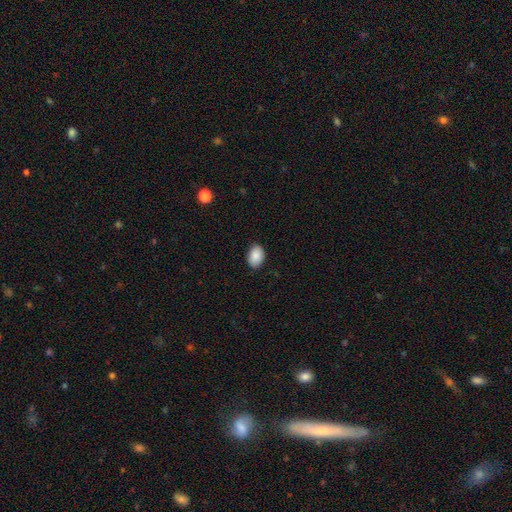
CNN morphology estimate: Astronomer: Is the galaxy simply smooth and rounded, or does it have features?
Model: smooth — 89%.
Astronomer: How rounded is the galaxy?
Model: in between — 86%.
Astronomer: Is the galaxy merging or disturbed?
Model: none — 87%.